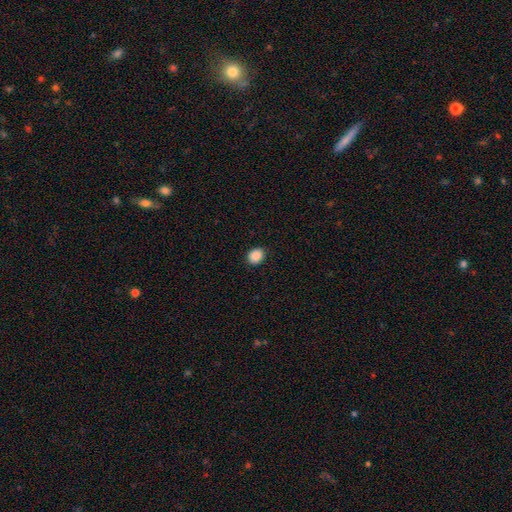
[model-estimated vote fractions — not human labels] Smooth or featured? Predicted: smooth (p=0.89). How rounded? Predicted: round (p=0.54). Merging? Predicted: none (p=0.90).